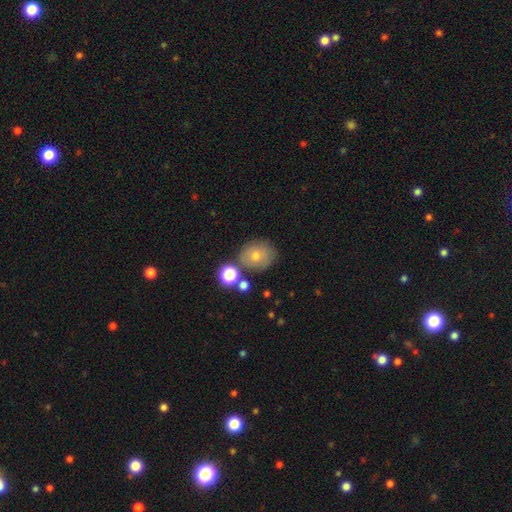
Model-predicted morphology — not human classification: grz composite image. It shows a smooth galaxy with no disk features (63%) that is round (73%). Merging: none (69%).